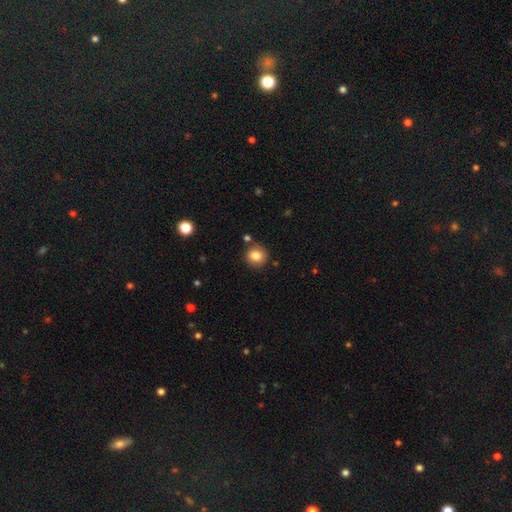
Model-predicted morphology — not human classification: A smooth galaxy with no disk features (83%) that is round (85%).

Vote fractions:
- Smooth or featured? smooth: 83% / star or artifact: 10% / featured or disk: 7%
- How rounded? round: 85% / in between: 14% / cigar-shaped: 1%
- Merging? none: 82% / minor disturbance: 11% / merger: 4% / major disturbance: 3%